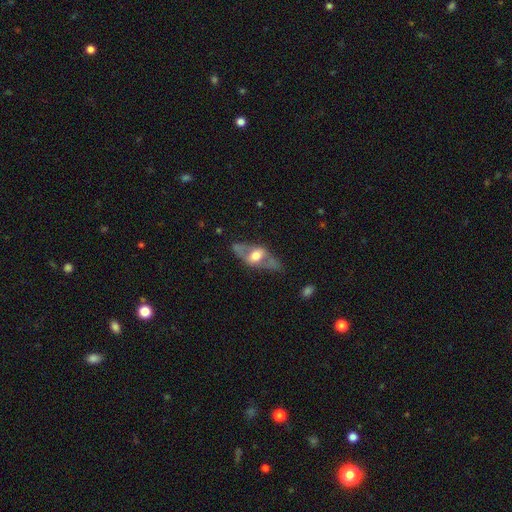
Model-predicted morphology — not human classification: A featured or disk galaxy (64%).

Vote fractions:
- Smooth or featured? featured or disk: 64% / smooth: 30% / star or artifact: 6%
- Edge-on disk? no: 61% / yes: 39%
- Merging? none: 56% / minor disturbance: 22% / major disturbance: 18% / merger: 4%